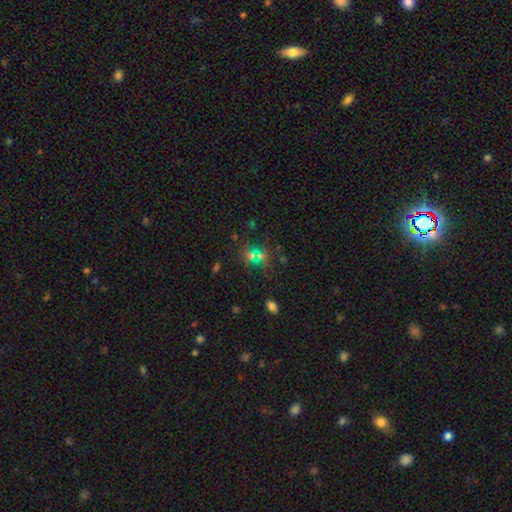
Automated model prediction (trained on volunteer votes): smooth_or_featured: star or artifact (p=0.44) [alt: smooth p=0.43]